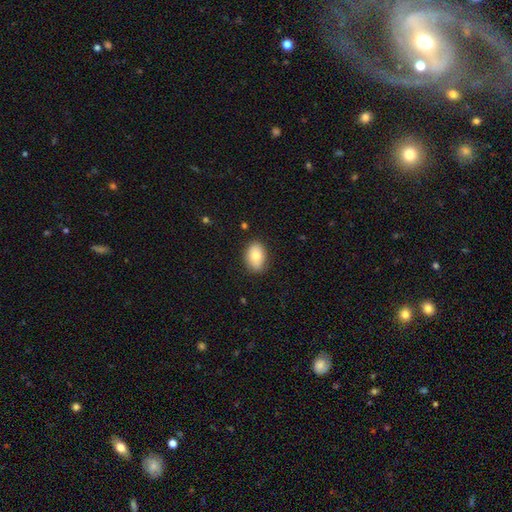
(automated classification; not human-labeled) smooth 80%, featured or disk 12%, star or artifact 7%. Down the decision tree: how rounded — in between (82%); merging — none (81%).